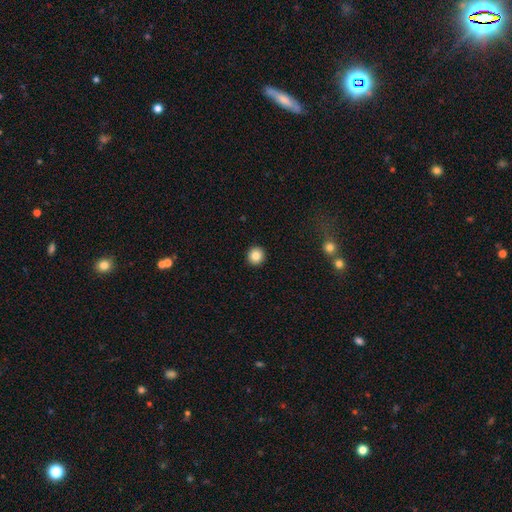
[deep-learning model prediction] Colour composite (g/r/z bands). It shows a smooth galaxy with no disk features (84%) that is round (94%). Merging: none (93%).